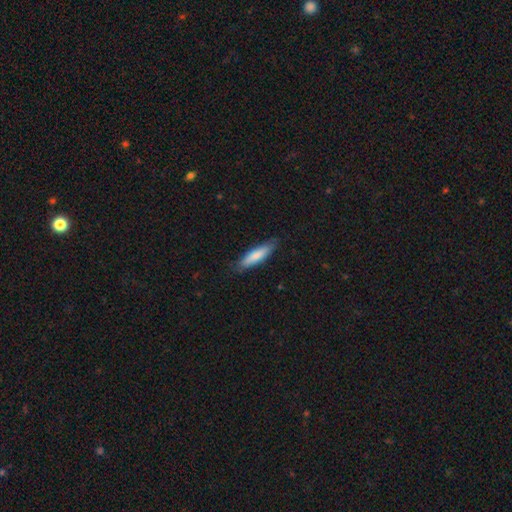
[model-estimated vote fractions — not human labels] A smooth galaxy with no disk features (79%) that is cigar-shaped (73%). Merging: none (82%).